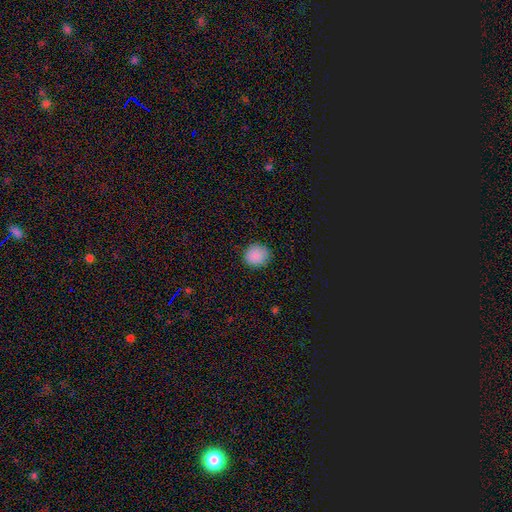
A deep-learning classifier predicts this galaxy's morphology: Smooth or featured? Predicted: smooth (p=0.88). How rounded? Predicted: round (p=0.86). Merging? Predicted: none (p=0.89).